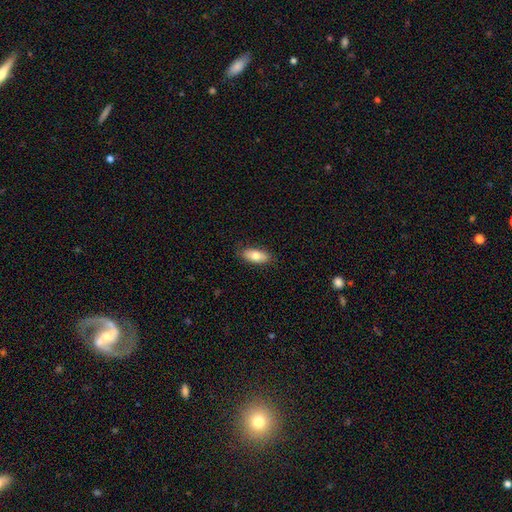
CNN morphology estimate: This appears to be a smooth galaxy with no disk features (75%) that is in between round and cigar-shaped (85%). Merging: none (85%).